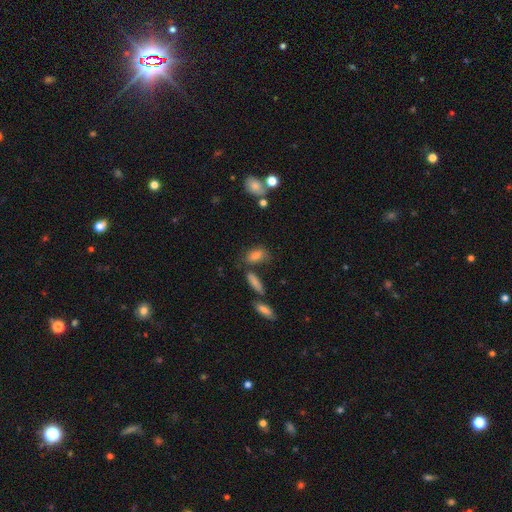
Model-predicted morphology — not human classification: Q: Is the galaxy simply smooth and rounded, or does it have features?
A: smooth — 78%.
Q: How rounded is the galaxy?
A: in between — 86%.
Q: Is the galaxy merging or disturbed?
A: none — 64%.